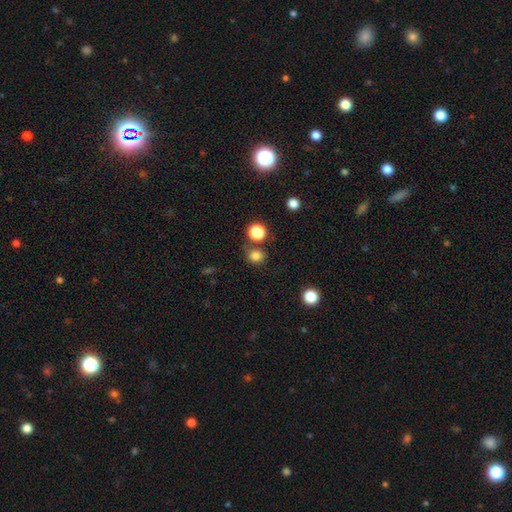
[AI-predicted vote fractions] smooth_or_featured: smooth (p=0.81) [alt: star or artifact p=0.14]
how_rounded: round (p=0.78) [alt: in between p=0.21]
merging: none (p=0.73) [alt: merger p=0.13]